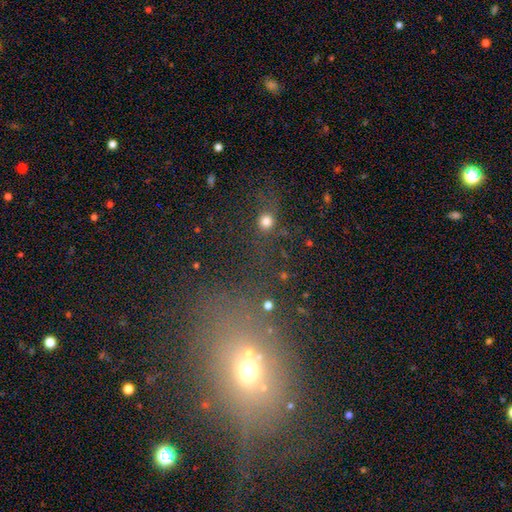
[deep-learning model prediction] The model was most divided on "smooth or featured": star or artifact: 42%, smooth: 41%, featured or disk: 17%.